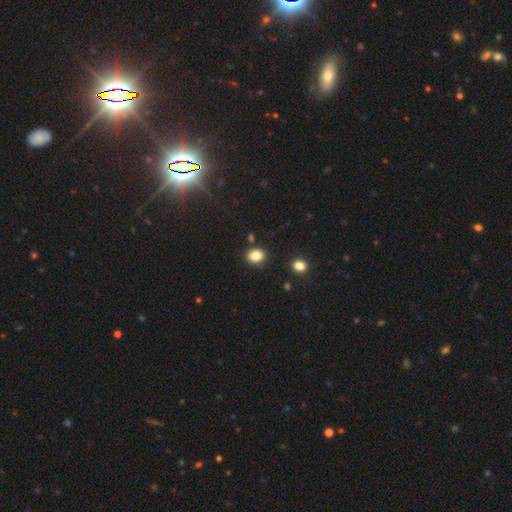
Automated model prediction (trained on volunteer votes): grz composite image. It shows a smooth galaxy with no disk features (85%) that is in between round and cigar-shaped (54%). Merging: none (86%).